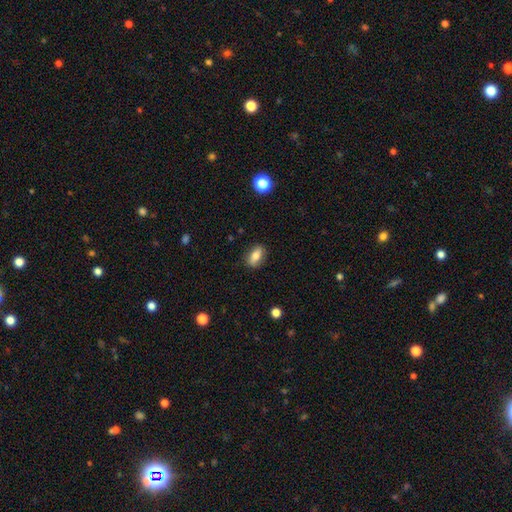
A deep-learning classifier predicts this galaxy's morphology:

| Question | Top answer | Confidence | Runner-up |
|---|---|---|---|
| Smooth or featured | smooth | 75% | featured or disk (17%) |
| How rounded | in between | 83% | round (10%) |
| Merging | none | 84% | minor disturbance (12%) |